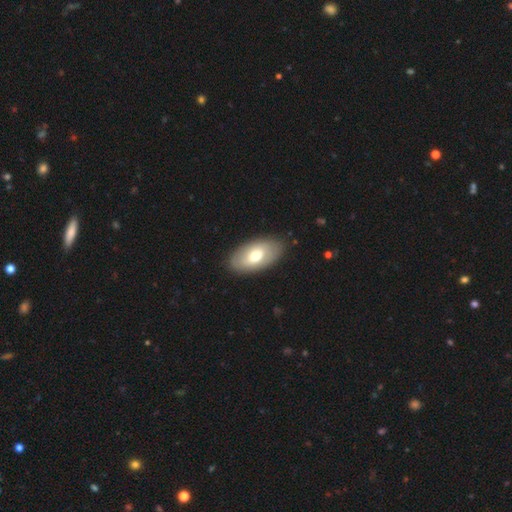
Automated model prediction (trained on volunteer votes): A smooth galaxy with no disk features (64%) that is in between round and cigar-shaped (94%). Merging: none (86%).